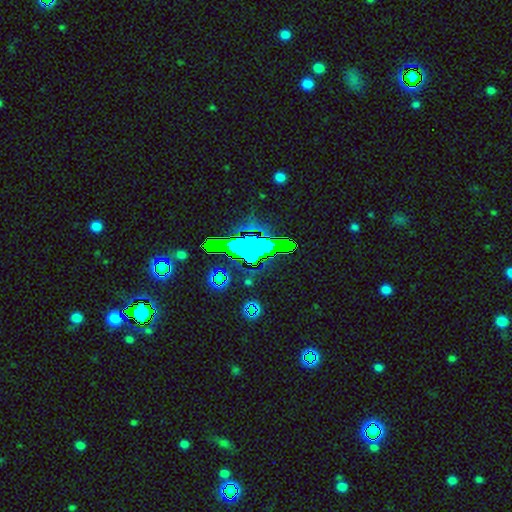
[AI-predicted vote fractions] star or artifact 72%, smooth 17%, featured or disk 11%.